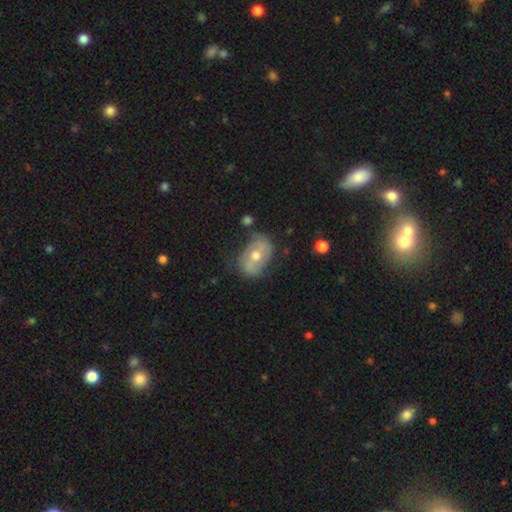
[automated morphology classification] The model was most divided on "spiral arms": yes: 61%, no: 39%. More confident: edge-on disk — no (94%); bulge size — moderate (77%); merging — none (64%); bar — no (60%); smooth or featured — featured or disk (58%).